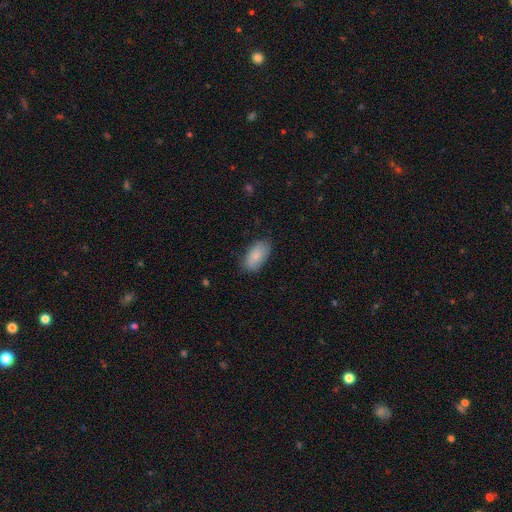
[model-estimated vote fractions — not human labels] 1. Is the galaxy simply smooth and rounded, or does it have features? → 84% smooth, 10% featured or disk, 6% star or artifact.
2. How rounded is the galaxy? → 94% in between, 3% round, 3% cigar-shaped.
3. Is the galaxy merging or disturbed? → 78% none, 18% minor disturbance, 4% major disturbance, 1% merger.